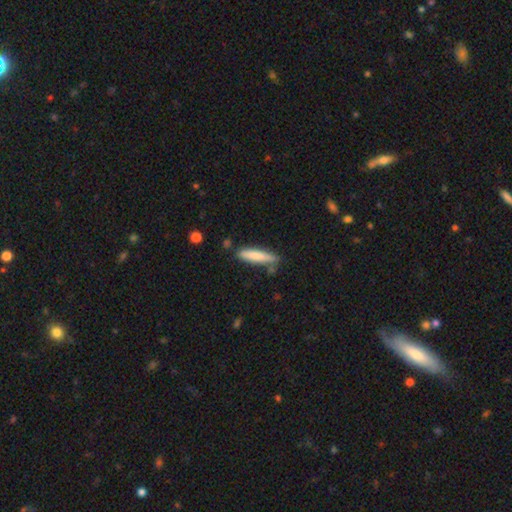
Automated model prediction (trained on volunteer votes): smooth-or-featured: smooth: 78% | featured or disk: 17% | star or artifact: 6%
  how-rounded: cigar-shaped: 85% | in between: 14% | round: 1%
  merging: none: 73% | minor disturbance: 18% | merger: 5% | major disturbance: 4%